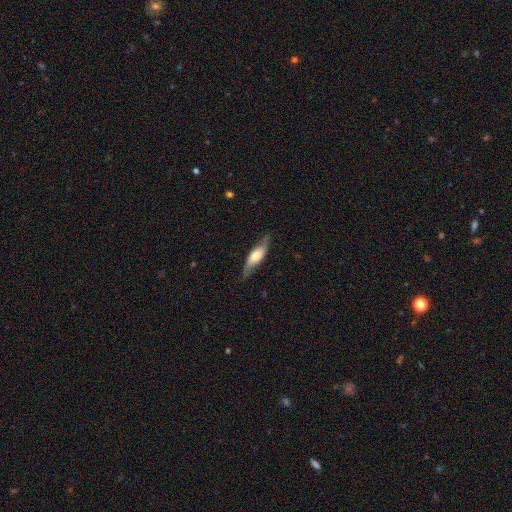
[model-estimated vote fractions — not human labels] smooth-or-featured: featured or disk: 57% | smooth: 37% | star or artifact: 6%
  disk-edge-on: no: 58% | yes: 42%
  merging: none: 75% | minor disturbance: 19% | major disturbance: 5% | merger: 1%